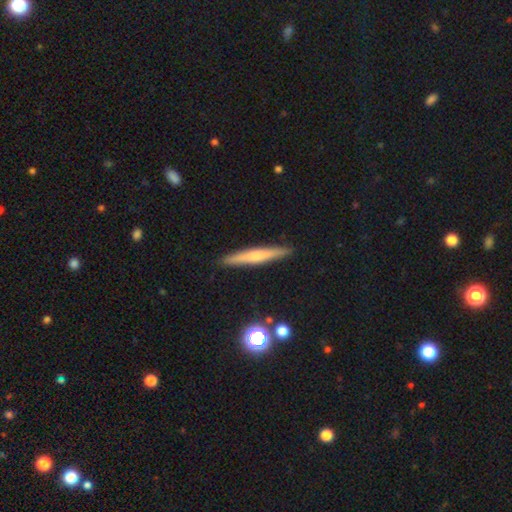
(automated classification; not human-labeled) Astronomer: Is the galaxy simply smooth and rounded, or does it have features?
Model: featured or disk — 56% (runner-up: smooth, 35%).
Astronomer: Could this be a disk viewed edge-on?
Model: yes — 96%.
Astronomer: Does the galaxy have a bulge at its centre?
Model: rounded — 64%.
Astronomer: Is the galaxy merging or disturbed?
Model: none — 90%.